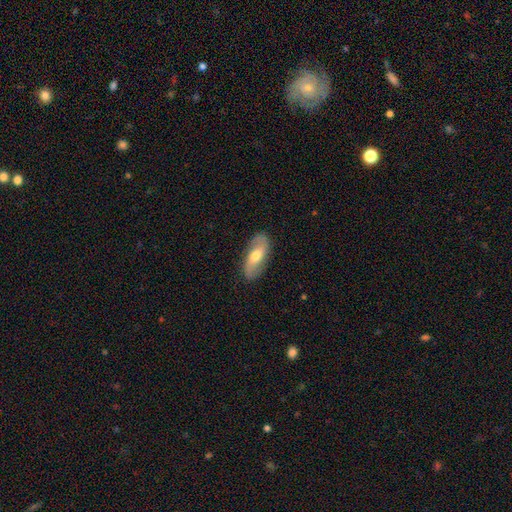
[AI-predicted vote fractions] Smooth or featured: featured or disk — 67% (smooth — 27%)
Edge-on disk: no — 89% (yes — 11%)
Bar: no — 44% (weak — 39%)
Spiral arms: yes — 87% (no — 13%)
Spiral winding: loose — 57% (medium — 29%)
Spiral arm count: 2 — 90% (can't tell — 5%)
Bulge size: moderate — 70% (small — 20%)
Merging: none — 85% (minor disturbance — 11%)